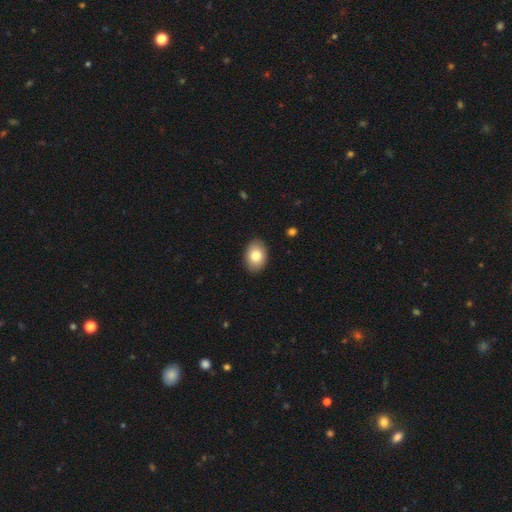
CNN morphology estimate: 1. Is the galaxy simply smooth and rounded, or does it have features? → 82% smooth, 11% featured or disk, 7% star or artifact.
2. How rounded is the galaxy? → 80% in between, 19% round, 1% cigar-shaped.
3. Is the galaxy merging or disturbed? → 90% none, 8% minor disturbance, 2% major disturbance, 1% merger.